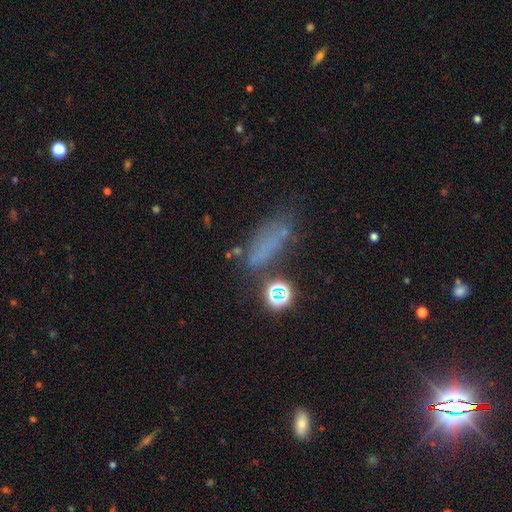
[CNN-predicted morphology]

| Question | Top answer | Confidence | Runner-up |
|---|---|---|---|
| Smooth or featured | smooth | 51% | star or artifact (29%) |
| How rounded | in between | 60% | cigar-shaped (29%) |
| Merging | none | 51% | minor disturbance (23%) |